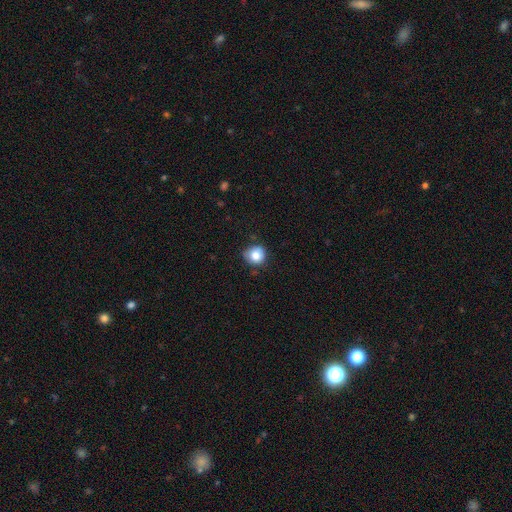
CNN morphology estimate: Smooth or featured?
  - smooth: 82% *
  - star or artifact: 10%
  - featured or disk: 8%
How rounded?
  - round: 88% *
  - in between: 11%
  - cigar-shaped: 1%
Merging?
  - none: 74% *
  - minor disturbance: 20%
  - major disturbance: 4%
  - merger: 2%